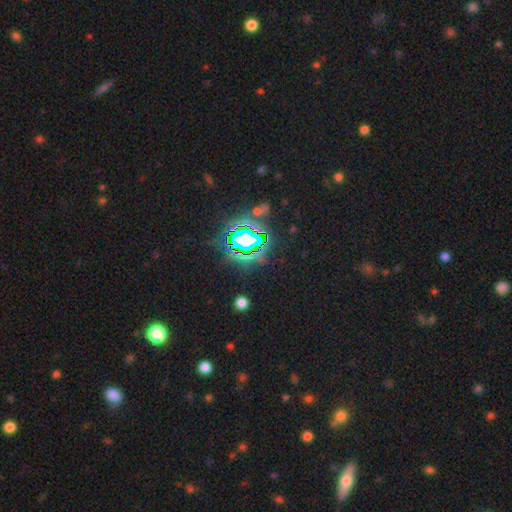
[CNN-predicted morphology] Smooth or featured? star or artifact (84%)